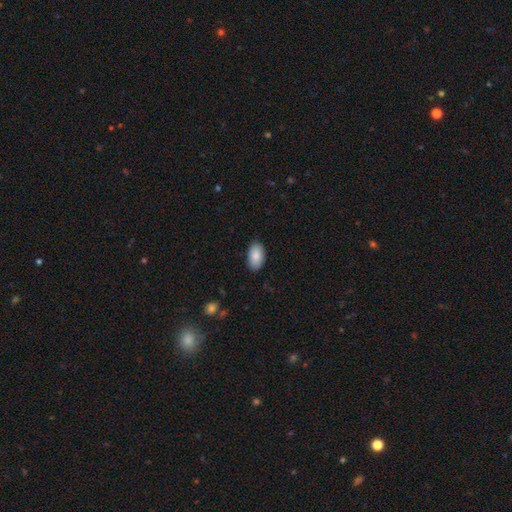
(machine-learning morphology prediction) Smooth or featured? Predicted: smooth (p=0.88). How rounded? Predicted: in between (p=0.95). Merging? Predicted: none (p=0.87).